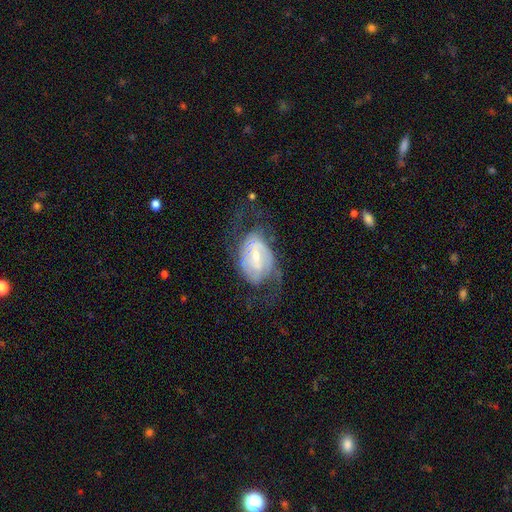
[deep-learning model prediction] smooth-or-featured: featured or disk: 77% | smooth: 17% | star or artifact: 6%
  disk-edge-on: no: 95% | yes: 5%
    bar: weak: 48% | no: 32% | strong: 20%
    has-spiral-arms: yes: 81% | no: 19%
      spiral-winding: medium: 39% (tied) | tight: 39% (tied) | loose: 22%
      spiral-arm-count: 2: 54% | can't tell: 30% | 3: 6% | 1: 5% | 4: 3% | more than 4: 2%
    bulge-size: small: 59% | moderate: 35% | large: 3% | none: 3% | dominant: 1%
  merging: none: 51% | major disturbance: 28% | minor disturbance: 20% | merger: 2%